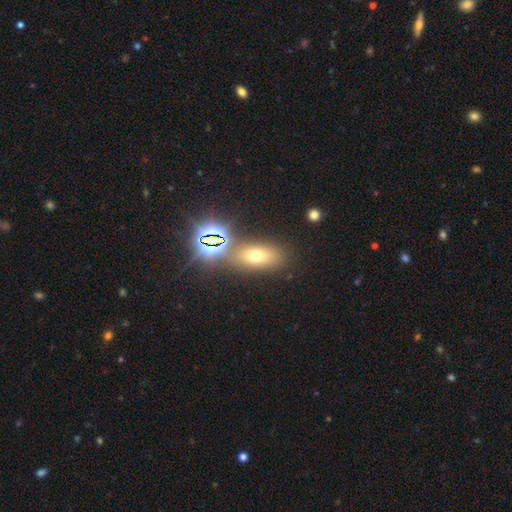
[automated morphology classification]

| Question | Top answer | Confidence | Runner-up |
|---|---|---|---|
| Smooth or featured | smooth | 52% | star or artifact (33%) |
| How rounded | in between | 73% | round (17%) |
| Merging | none | 75% | minor disturbance (11%) |